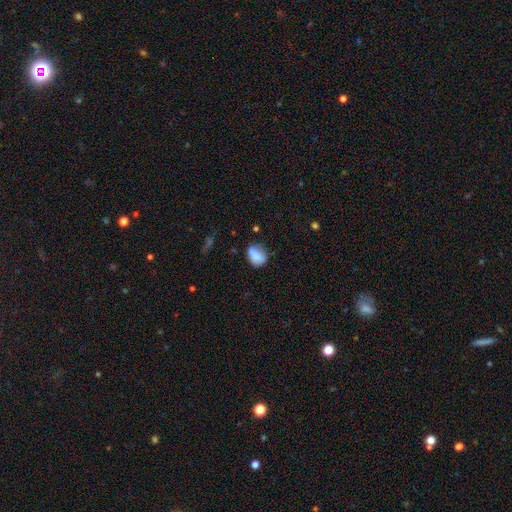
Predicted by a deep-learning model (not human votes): smooth-or-featured: smooth: 79% | featured or disk: 12% | star or artifact: 9%
  how-rounded: in between: 58% | round: 40% | cigar-shaped: 2%
  merging: none: 55% | minor disturbance: 29% | major disturbance: 9% | merger: 7%